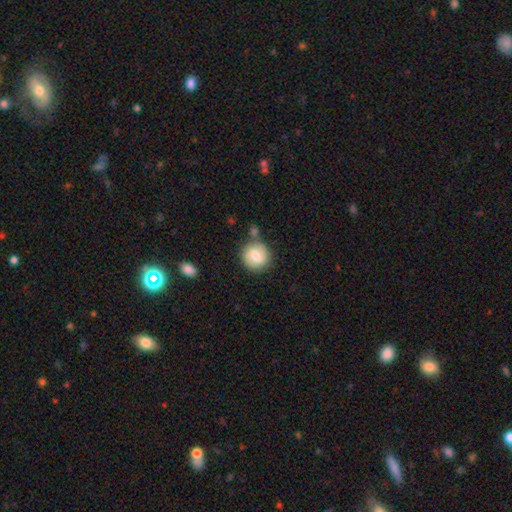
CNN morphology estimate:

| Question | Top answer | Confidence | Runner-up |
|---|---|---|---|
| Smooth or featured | smooth | 70% | featured or disk (23%) |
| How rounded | round | 86% | in between (13%) |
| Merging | none | 67% | minor disturbance (16%) |